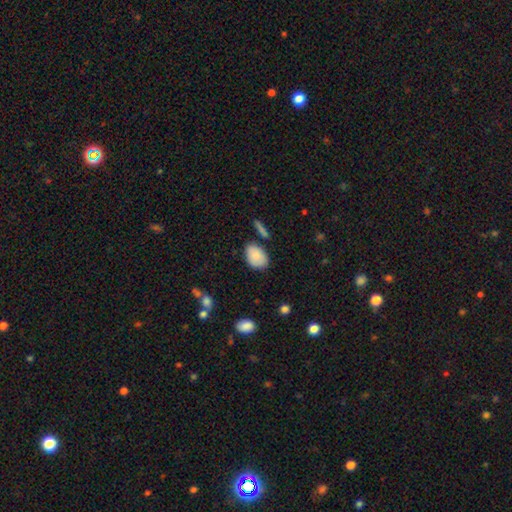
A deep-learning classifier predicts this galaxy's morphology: Overall: smooth (84%). How rounded: in between (86%). Merging: none (73%).